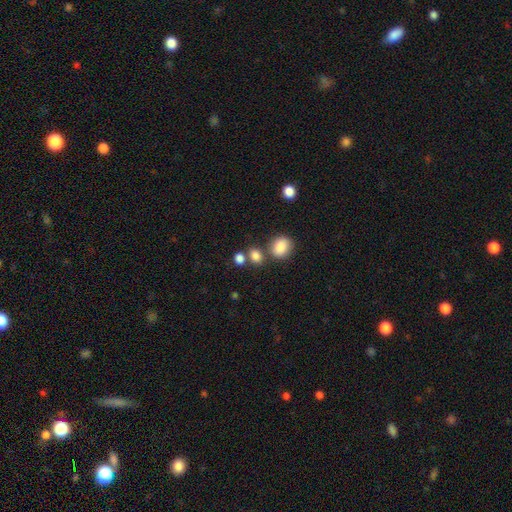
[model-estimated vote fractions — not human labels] Smooth or featured: smooth — 83% (star or artifact — 11%)
How rounded: in between — 53% (round — 46%)
Merging: none — 59% (merger — 25%)